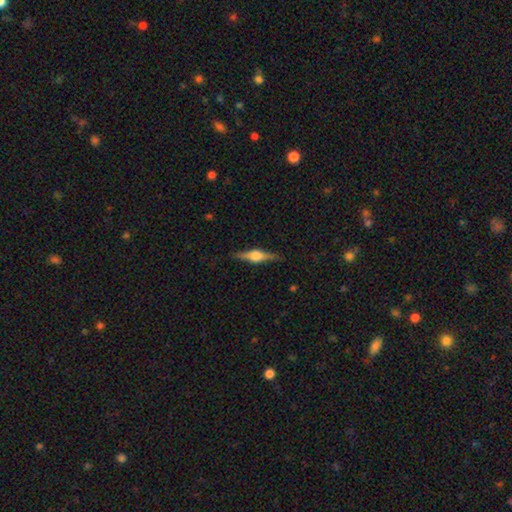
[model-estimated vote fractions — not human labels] A featured or disk galaxy (77%) viewed edge-on (98%) with a rounded central bulge (90%). Merging: none (88%).